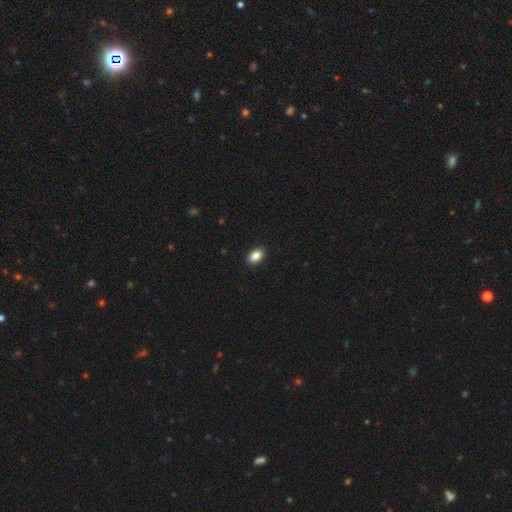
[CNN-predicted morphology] This appears to be a smooth galaxy with no disk features (88%) that is in between round and cigar-shaped (88%). Merging: none (91%).